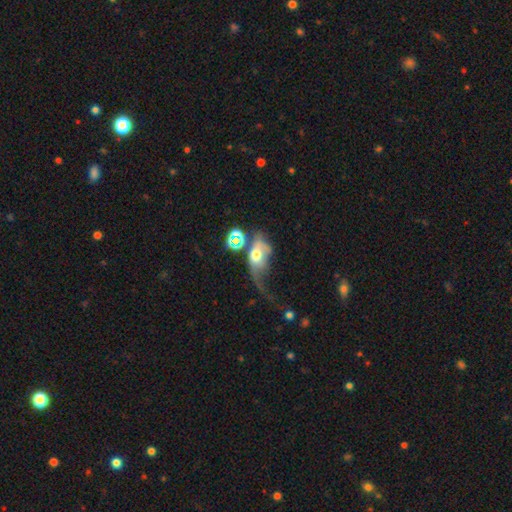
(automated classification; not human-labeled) Smooth or featured? smooth (47%)
Merging? major disturbance (55%)